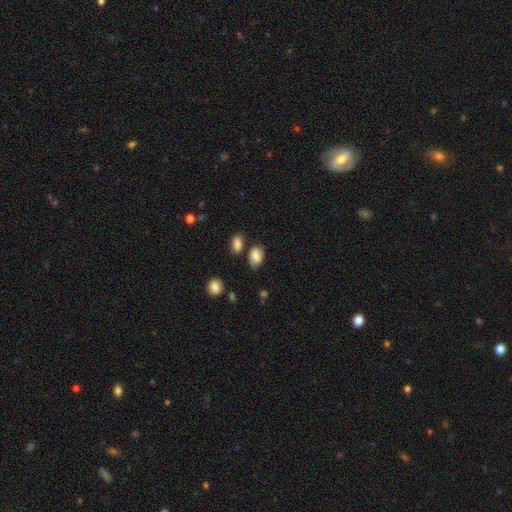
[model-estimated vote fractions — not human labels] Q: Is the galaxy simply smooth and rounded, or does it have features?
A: smooth — 80%.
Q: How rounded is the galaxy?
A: in between — 86%.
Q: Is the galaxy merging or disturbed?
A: none — 64%.